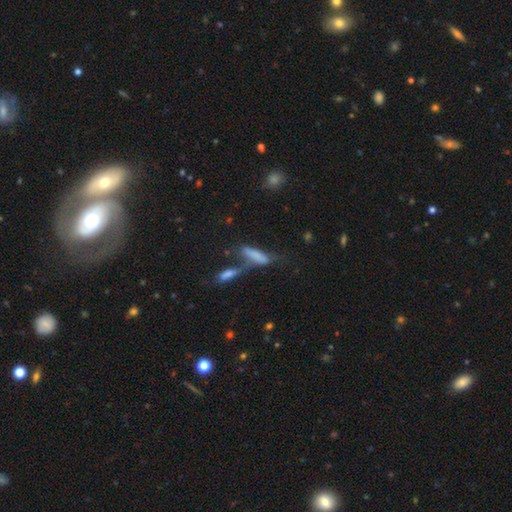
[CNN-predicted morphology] This is likely a smooth galaxy (68%). How rounded: possibly cigar-shaped (57%). Merging: possibly merger (46%).